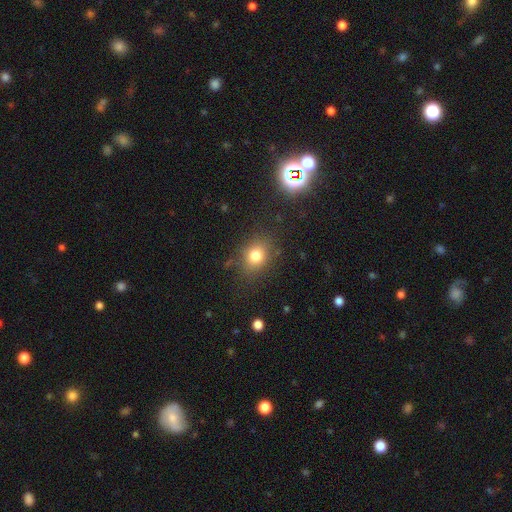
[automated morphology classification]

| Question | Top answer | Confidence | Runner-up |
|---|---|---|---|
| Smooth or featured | smooth | 78% | star or artifact (13%) |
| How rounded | round | 57% | in between (42%) |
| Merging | none | 80% | minor disturbance (13%) |